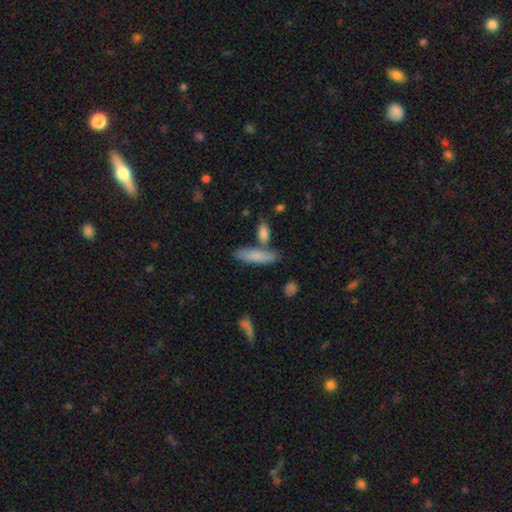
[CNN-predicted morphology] smooth-or-featured: smooth: 79% | featured or disk: 15% | star or artifact: 6%
  how-rounded: cigar-shaped: 62% | in between: 35% | round: 3%
  merging: none: 66% | merger: 17% | minor disturbance: 13% | major disturbance: 4%